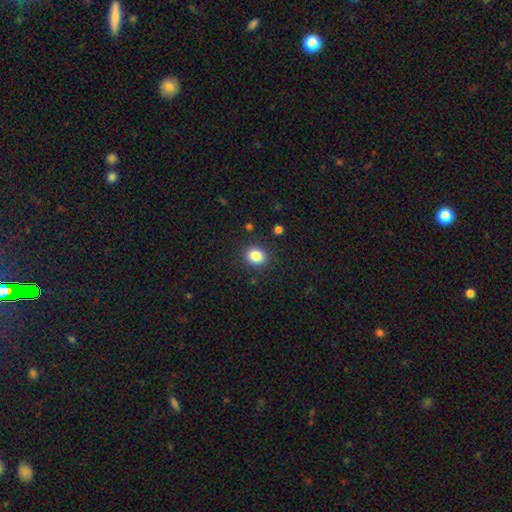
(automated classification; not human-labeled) smooth 84%, star or artifact 10%, featured or disk 5%. Down the decision tree: how rounded — round (66%); merging — none (89%).